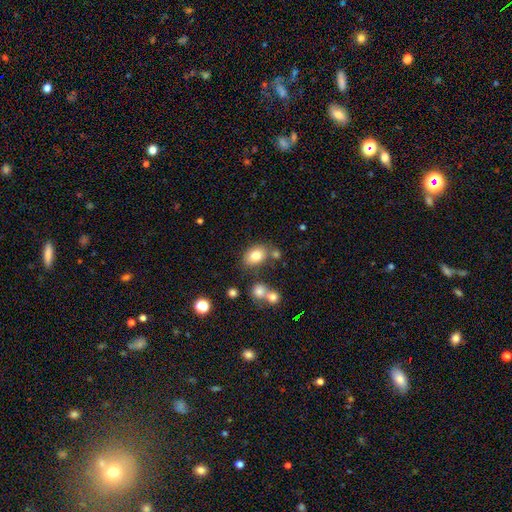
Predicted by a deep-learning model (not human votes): Morphology: type=smooth (79%); roundness=in between (73%); merging=none (70%).